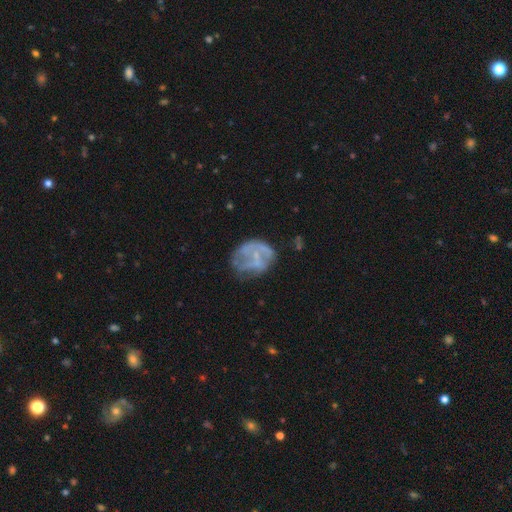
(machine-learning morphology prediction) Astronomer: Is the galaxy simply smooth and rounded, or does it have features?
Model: featured or disk — 62%.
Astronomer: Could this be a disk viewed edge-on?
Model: no — 98%.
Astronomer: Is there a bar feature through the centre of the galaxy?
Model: no — 64%.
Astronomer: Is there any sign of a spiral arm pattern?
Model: no — 58% (runner-up: yes, 42%).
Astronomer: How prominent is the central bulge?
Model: small — 43% (runner-up: none, 42%).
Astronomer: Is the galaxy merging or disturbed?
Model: none — 47% (runner-up: major disturbance, 24%).